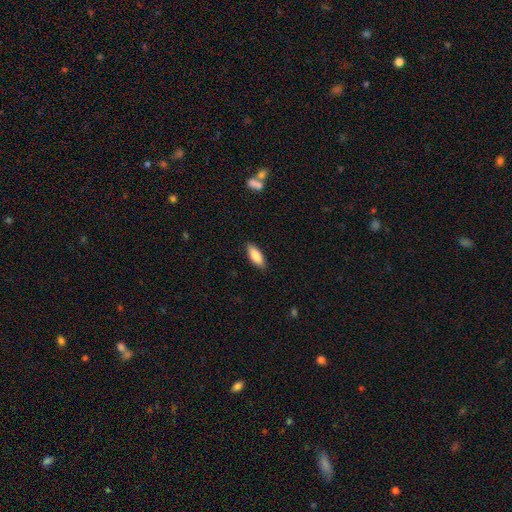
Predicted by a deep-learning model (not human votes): smooth 84%, featured or disk 10%, star or artifact 6%. Down the decision tree: how rounded — in between (77%); merging — none (87%).